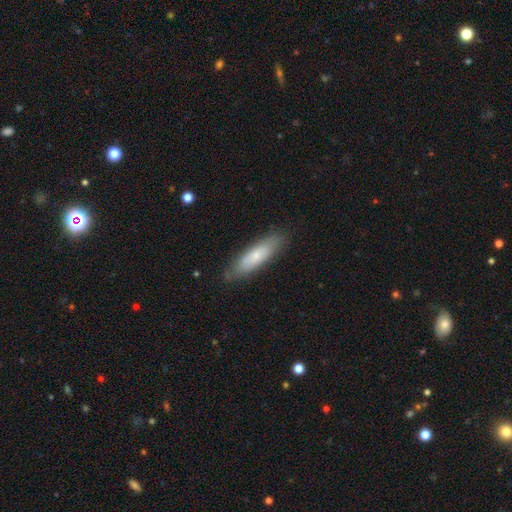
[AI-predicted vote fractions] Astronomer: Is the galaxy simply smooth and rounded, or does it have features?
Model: smooth — 66%.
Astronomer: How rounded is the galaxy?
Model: cigar-shaped — 67%.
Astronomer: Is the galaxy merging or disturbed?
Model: none — 84%.